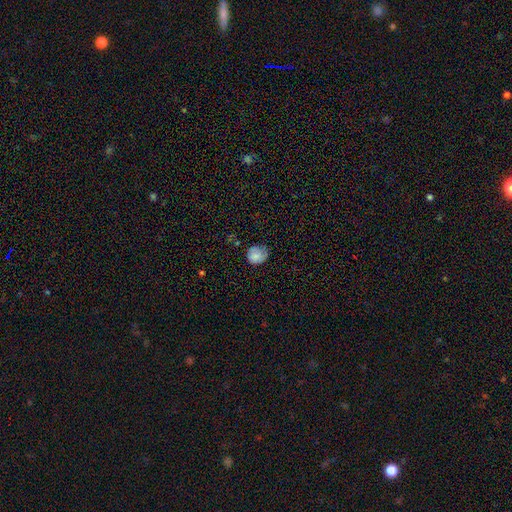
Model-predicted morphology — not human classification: The model was most divided on "merging": none: 58%, minor disturbance: 32%, major disturbance: 9%, merger: 2%. More confident: smooth or featured — smooth (79%); how rounded — round (77%).